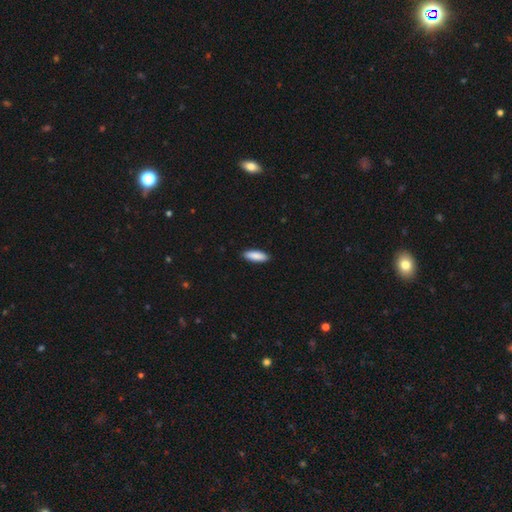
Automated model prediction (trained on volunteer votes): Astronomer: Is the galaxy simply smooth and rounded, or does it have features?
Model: smooth — 89%.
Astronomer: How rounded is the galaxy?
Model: in between — 61% (runner-up: cigar-shaped, 37%).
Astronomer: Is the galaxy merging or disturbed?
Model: none — 90%.